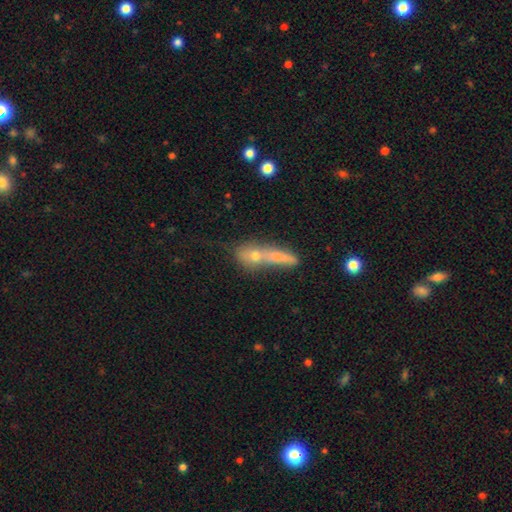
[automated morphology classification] Smooth or featured: smooth — 57% (featured or disk — 29%)
How rounded: cigar-shaped — 45% (in between — 34%)
Merging: merger — 57% (none — 28%)